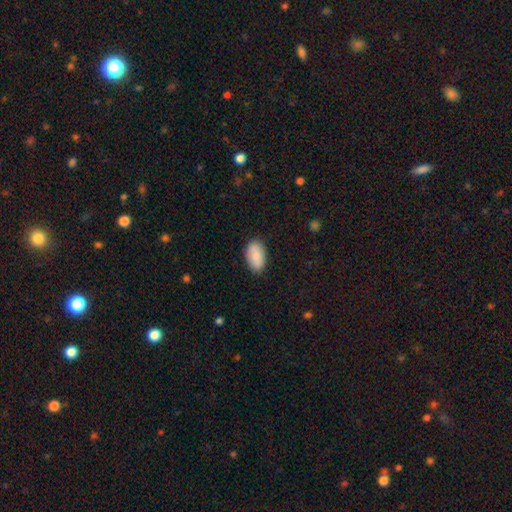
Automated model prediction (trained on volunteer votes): This is clearly a smooth galaxy (87%). How rounded: clearly in between (94%). Merging: clearly none (86%).